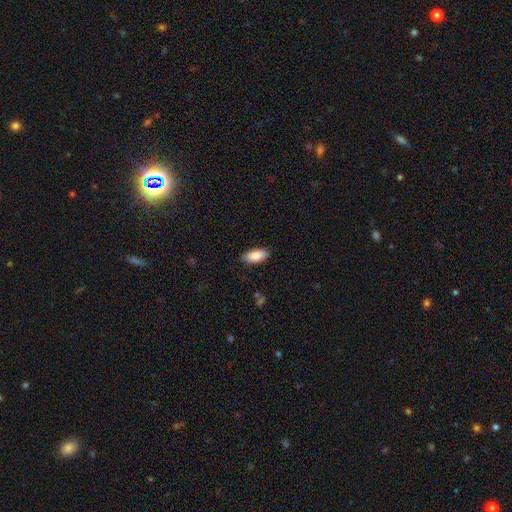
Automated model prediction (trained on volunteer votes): Q: Smooth or featured?
A: smooth (87%); runner-up: featured or disk (7%)
Q: How rounded?
A: in between (87%); runner-up: cigar-shaped (11%)
Q: Merging?
A: none (87%); runner-up: minor disturbance (10%)